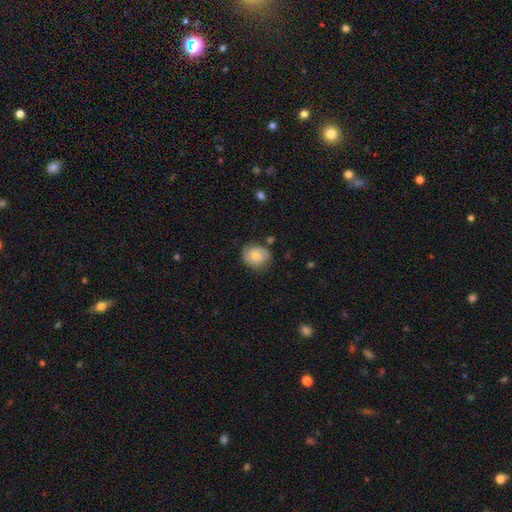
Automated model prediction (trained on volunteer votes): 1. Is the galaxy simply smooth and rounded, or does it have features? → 65% smooth, 28% featured or disk, 8% star or artifact.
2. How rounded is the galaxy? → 65% round, 34% in between, 1% cigar-shaped.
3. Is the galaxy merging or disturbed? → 70% none, 22% minor disturbance, 5% major disturbance, 3% merger.